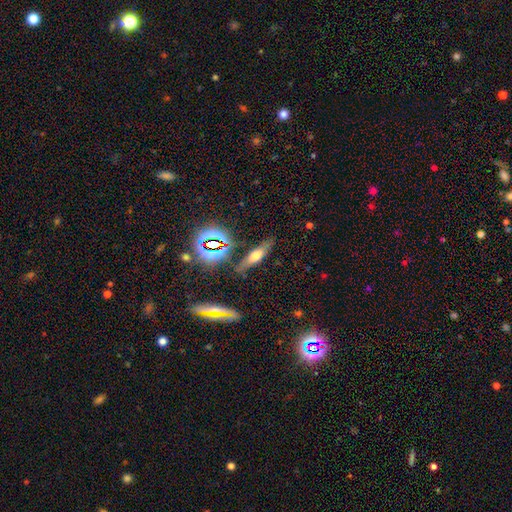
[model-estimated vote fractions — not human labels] This is possibly a smooth galaxy (48%). Merging: clearly none (80%).